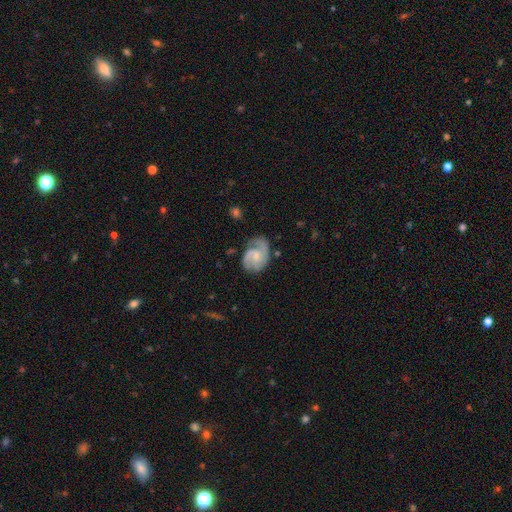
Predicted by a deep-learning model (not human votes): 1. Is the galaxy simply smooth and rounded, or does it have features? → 75% featured or disk, 19% smooth, 6% star or artifact.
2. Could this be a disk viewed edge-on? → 98% no, 2% yes.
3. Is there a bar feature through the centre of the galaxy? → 55% no, 40% weak, 6% strong.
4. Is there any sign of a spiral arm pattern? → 93% yes, 7% no.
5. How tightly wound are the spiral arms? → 48% medium, 33% tight, 19% loose.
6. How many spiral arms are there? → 69% 2, 12% 1, 11% can't tell, 6% 3, 1% 4, 1% more than 4.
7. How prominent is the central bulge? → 48% small, 33% moderate, 15% none, 3% large, 1% dominant.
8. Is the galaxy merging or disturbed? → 58% none, 26% minor disturbance, 14% major disturbance, 3% merger.